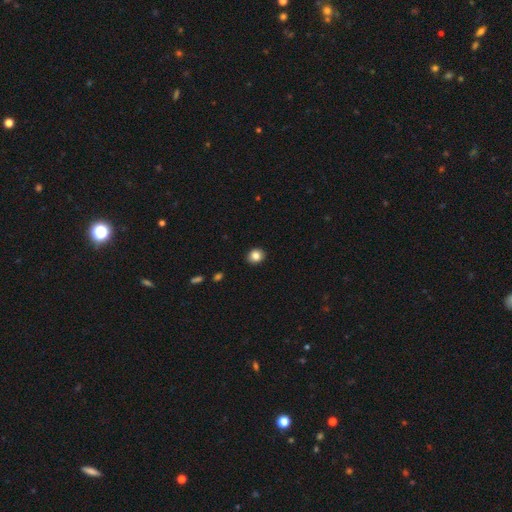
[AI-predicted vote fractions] Morphology: type=smooth (85%); roundness=round (73%); merging=none (90%).